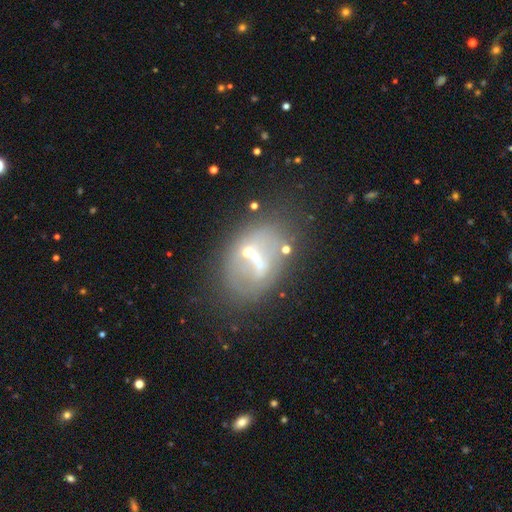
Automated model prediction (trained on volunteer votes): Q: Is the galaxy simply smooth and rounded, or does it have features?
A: featured or disk — 53%.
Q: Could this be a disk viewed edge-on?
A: no — 93%.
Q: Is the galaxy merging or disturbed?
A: none — 48%.